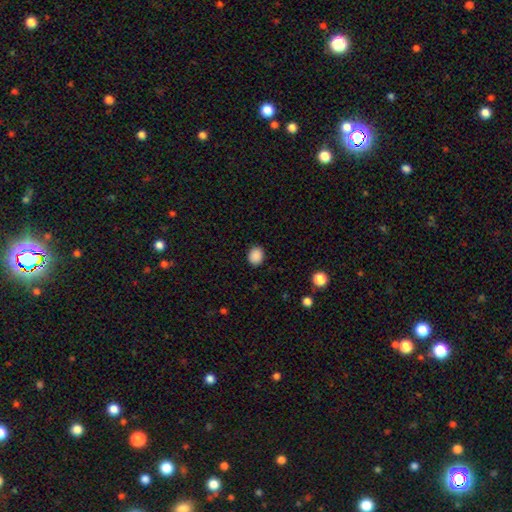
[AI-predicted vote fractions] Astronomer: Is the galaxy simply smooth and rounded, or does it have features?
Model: smooth — 88%.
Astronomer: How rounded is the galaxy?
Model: round — 62% (runner-up: in between, 37%).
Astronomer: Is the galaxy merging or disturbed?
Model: none — 89%.